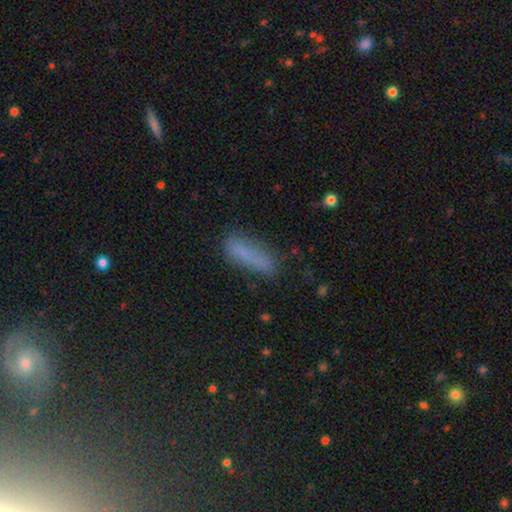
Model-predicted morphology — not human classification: Smooth or featured: smooth — 55% (star or artifact — 25%)
How rounded: cigar-shaped — 52% (in between — 43%)
Merging: none — 74% (minor disturbance — 16%)